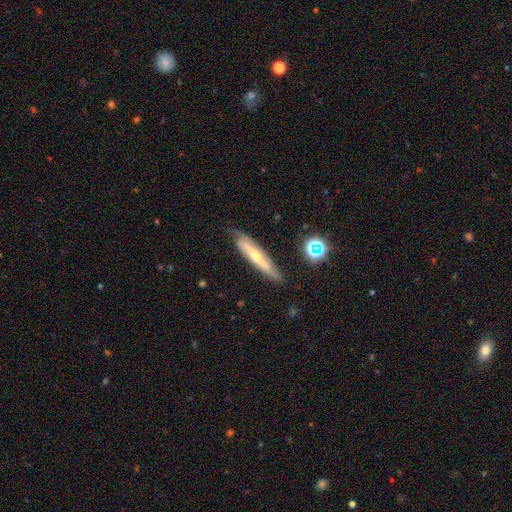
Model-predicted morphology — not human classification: Overall: featured or disk (58%; smooth 34%). Edge-on disk: yes (73%). Merging: none (76%).